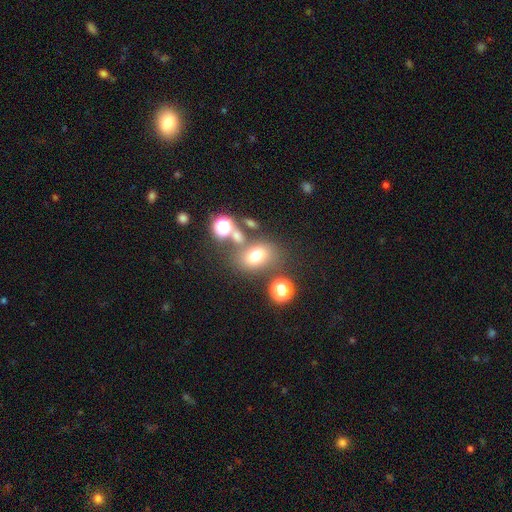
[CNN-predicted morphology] Overall: smooth (70%). How rounded: in between (64%; round 34%). Merging: none (64%).